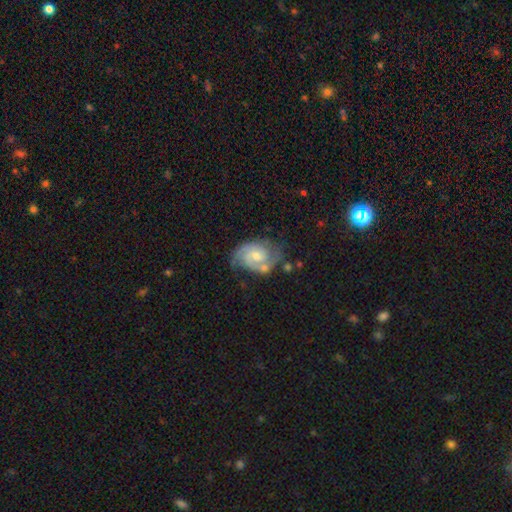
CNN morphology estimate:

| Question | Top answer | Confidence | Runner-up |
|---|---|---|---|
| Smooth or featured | featured or disk | 83% | smooth (12%) |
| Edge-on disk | no | 98% | yes (2%) |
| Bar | no | 59% | weak (36%) |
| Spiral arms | yes | 95% | no (5%) |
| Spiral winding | tight | 44% | tied: medium (44%) |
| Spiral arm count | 2 | 72% | can't tell (11%) |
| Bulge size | moderate | 46% | small (43%) |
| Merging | none | 56% | minor disturbance (24%) |